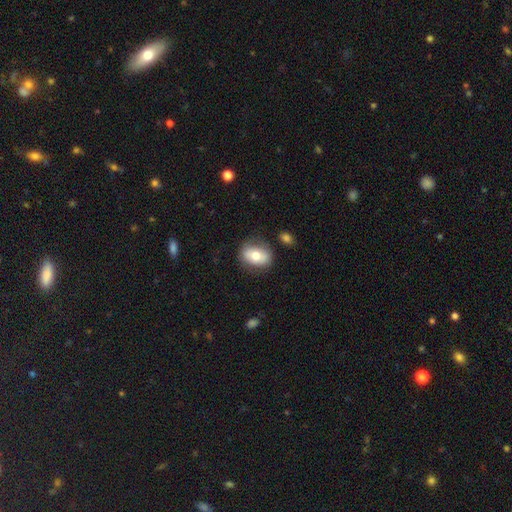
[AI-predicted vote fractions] Morphology: type=smooth (68%); roundness=in between (72%); merging=none (76%).